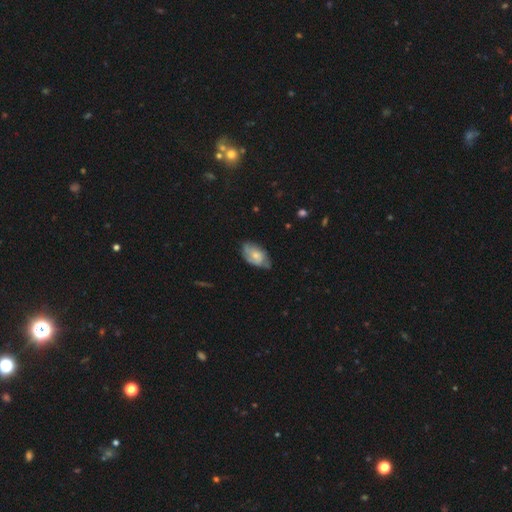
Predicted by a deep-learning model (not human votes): A featured or disk galaxy (51%).

Vote fractions:
- Smooth or featured? featured or disk: 51% / smooth: 42% / star or artifact: 7%
- Edge-on disk? no: 94% / yes: 6%
- Merging? none: 58% / minor disturbance: 32% / major disturbance: 9% / merger: 2%